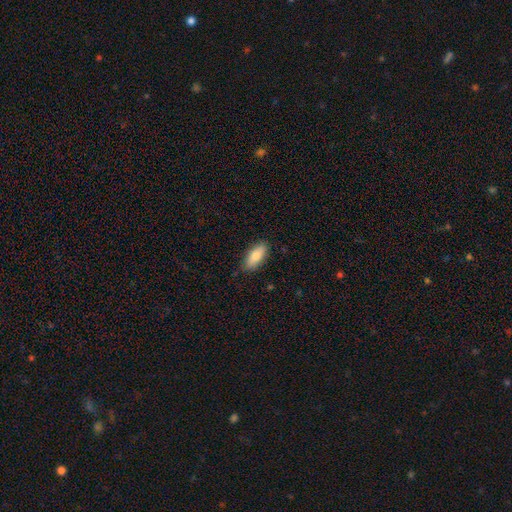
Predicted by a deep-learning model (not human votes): Smooth or featured?
  - smooth: 80% *
  - featured or disk: 14%
  - star or artifact: 6%
How rounded?
  - in between: 81% *
  - cigar-shaped: 17%
  - round: 2%
Merging?
  - none: 86% *
  - minor disturbance: 11%
  - major disturbance: 2%
  - merger: 1%